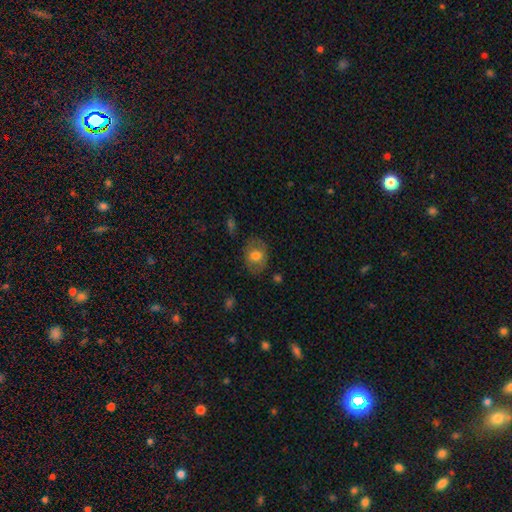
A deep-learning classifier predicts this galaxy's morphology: type=smooth (66%); roundness=in between (60%); merging=none (79%).